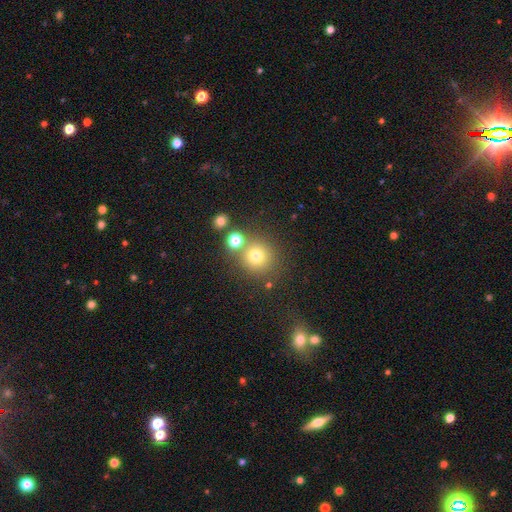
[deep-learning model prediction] Smooth or featured: smooth — 72% (star or artifact — 18%)
How rounded: round — 91% (in between — 8%)
Merging: none — 72% (merger — 14%)